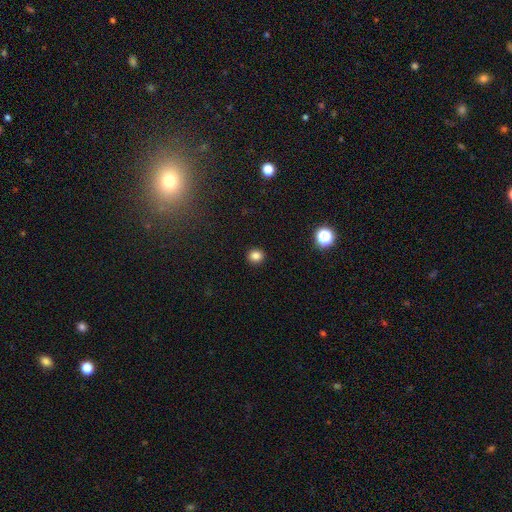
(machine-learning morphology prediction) smooth 84%, star or artifact 12%, featured or disk 4%. Down the decision tree: how rounded — round (85%); merging — none (92%).